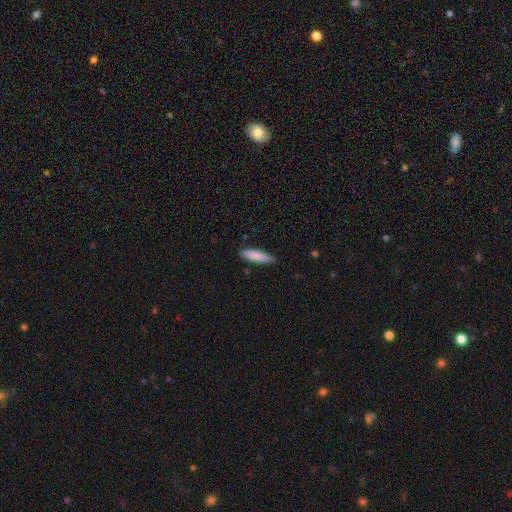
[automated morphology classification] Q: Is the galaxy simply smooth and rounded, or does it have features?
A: smooth — 84%.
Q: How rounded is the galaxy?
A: cigar-shaped — 70%.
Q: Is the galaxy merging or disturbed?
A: none — 84%.